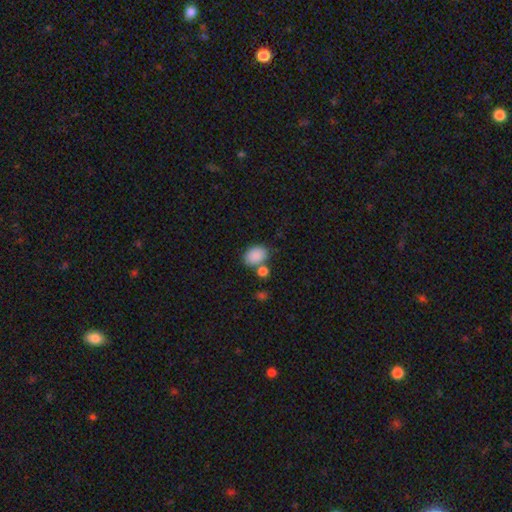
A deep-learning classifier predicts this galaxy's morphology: This is clearly a smooth galaxy (87%). How rounded: likely in between (77%). Merging: likely none (63%).